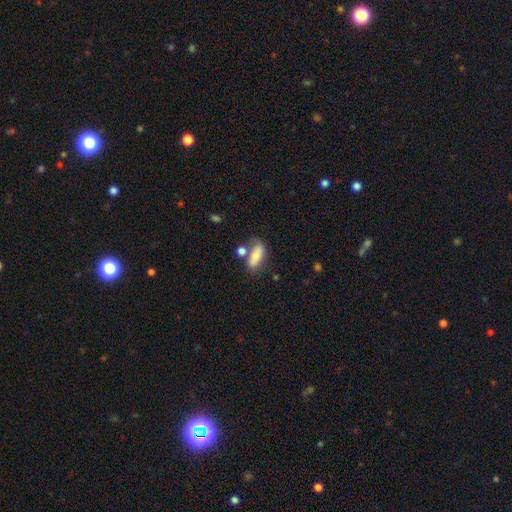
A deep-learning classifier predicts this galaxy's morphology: This is likely a smooth galaxy (74%). How rounded: likely in between (77%). Merging: possibly none (48%).